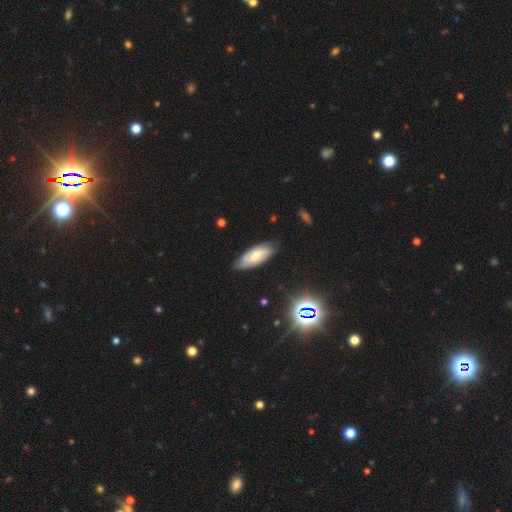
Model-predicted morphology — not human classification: smooth_or_featured: featured or disk (p=0.57) [alt: smooth p=0.36]
disk_edge_on: no (p=0.86) [alt: yes p=0.14]
merging: none (p=0.76) [alt: minor disturbance p=0.19]